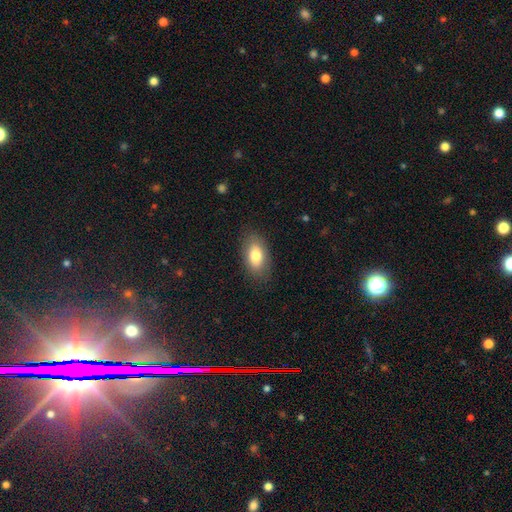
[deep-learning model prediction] Smooth or featured?
  - smooth: 78% *
  - featured or disk: 15%
  - star or artifact: 7%
How rounded?
  - in between: 91% *
  - round: 6%
  - cigar-shaped: 3%
Merging?
  - none: 84% *
  - minor disturbance: 12%
  - major disturbance: 3%
  - merger: 1%